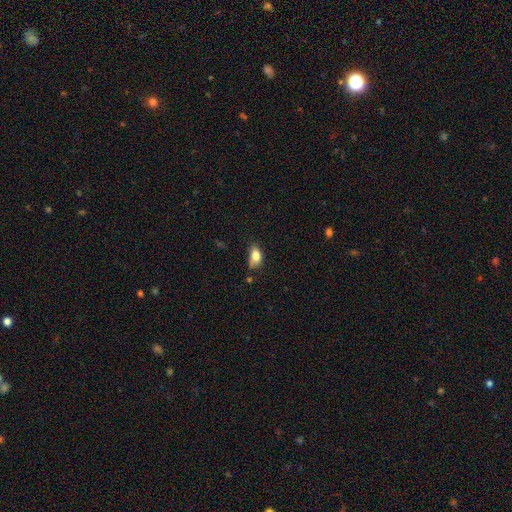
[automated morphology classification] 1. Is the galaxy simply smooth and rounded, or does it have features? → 80% smooth, 11% featured or disk, 9% star or artifact.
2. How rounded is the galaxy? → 85% in between, 11% round, 4% cigar-shaped.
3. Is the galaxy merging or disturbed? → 47% none, 36% minor disturbance, 10% major disturbance, 6% merger.